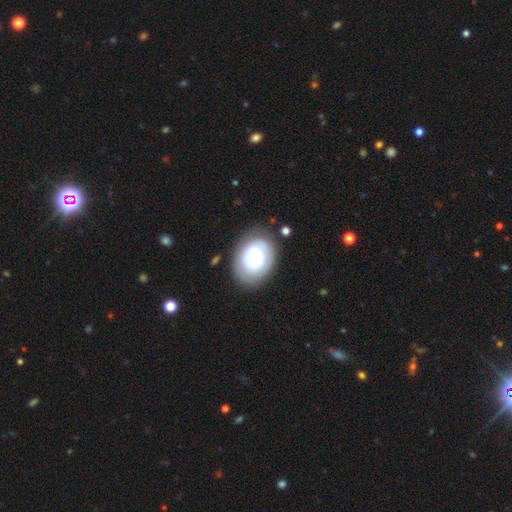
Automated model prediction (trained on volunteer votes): Q: Smooth or featured?
A: smooth (59%); runner-up: featured or disk (33%)
Q: How rounded?
A: in between (66%); runner-up: round (33%)
Q: Merging?
A: none (73%); runner-up: minor disturbance (18%)